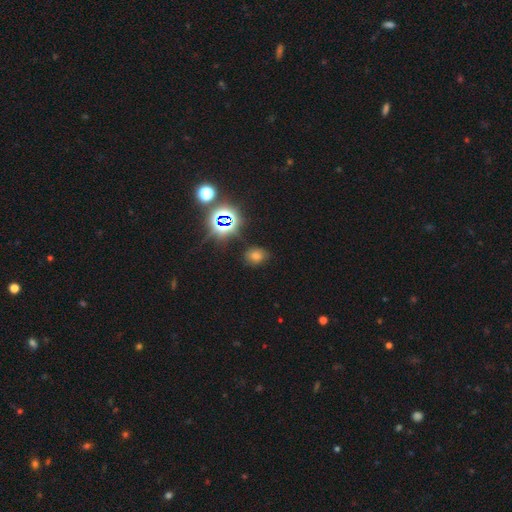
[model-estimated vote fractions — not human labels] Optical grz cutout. It shows a smooth galaxy with no disk features (53%) that is in between round and cigar-shaped (51%). Merging: none (81%).